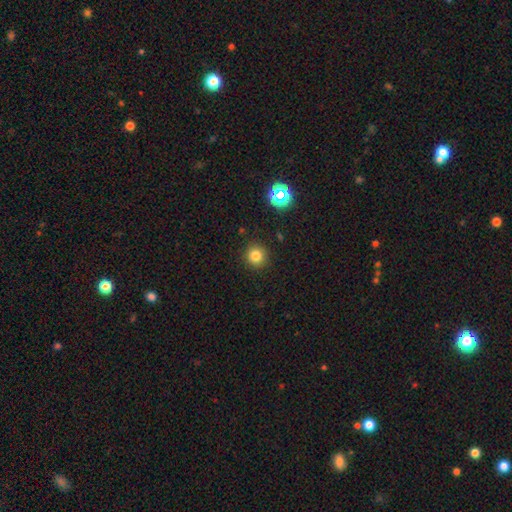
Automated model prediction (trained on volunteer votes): Smooth or featured? smooth (80%)
How rounded? round (94%)
Merging? none (91%)